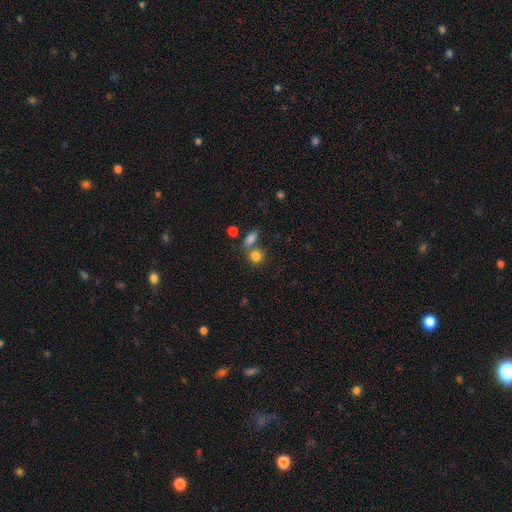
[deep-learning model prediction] Smooth or featured? Predicted: smooth (p=0.82). How rounded? Predicted: round (p=0.67). Merging? Predicted: none (p=0.51).